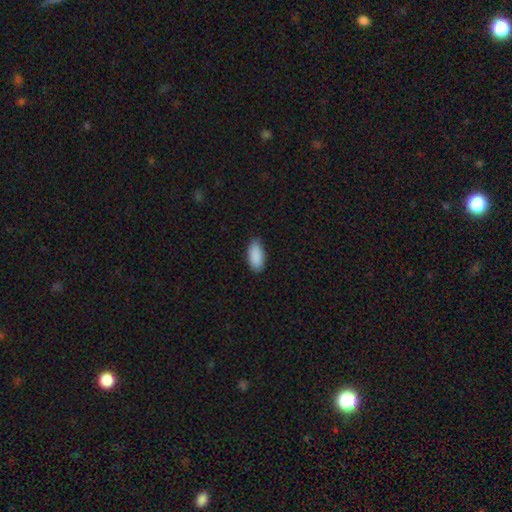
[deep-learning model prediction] This is clearly a smooth galaxy (91%). How rounded: clearly in between (92%). Merging: clearly none (83%).